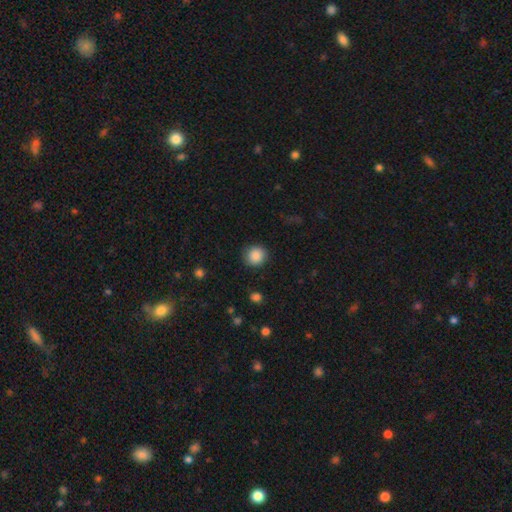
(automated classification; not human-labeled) This is clearly a smooth galaxy (88%). How rounded: clearly round (91%). Merging: clearly none (89%).